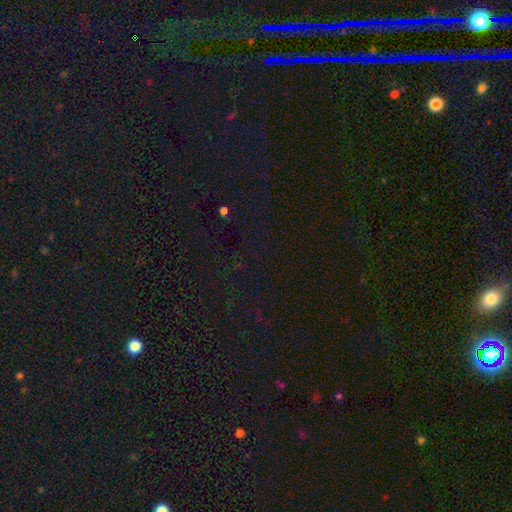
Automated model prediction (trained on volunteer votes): This appears to be a star or artifact, not a galaxy (71%).